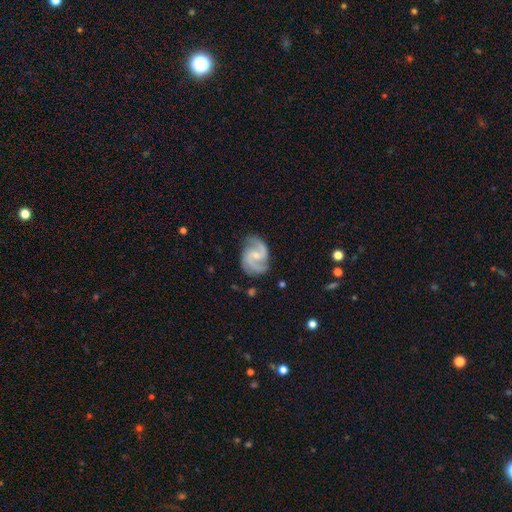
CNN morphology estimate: A featured or disk galaxy (90%) with a weak bar (47%), 2 (88%) medium (59%) spiral arms (98%) and a small central bulge (61%).

Vote fractions:
- Smooth or featured? featured or disk: 90% / smooth: 6% / star or artifact: 4%
- Edge-on disk? no: 98% / yes: 2%
- Bar? weak: 47% / no: 41% / strong: 12%
- Spiral arms? yes: 98% / no: 2%
- Spiral winding? medium: 59% / loose: 22% / tight: 19%
- Spiral arm count? 2: 88% / 3: 5% / can't tell: 3% / 1: 1% / 4: 1% / more than 4: 1%
- Bulge size? small: 61% / moderate: 31% / none: 5% / large: 1% / dominant: 1%
- Merging? none: 76% / minor disturbance: 17% / major disturbance: 5% / merger: 2%